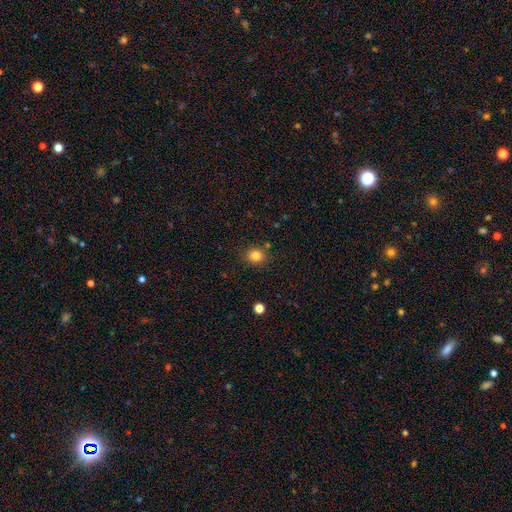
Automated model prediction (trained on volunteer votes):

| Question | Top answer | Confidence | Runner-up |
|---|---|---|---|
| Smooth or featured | smooth | 82% | star or artifact (12%) |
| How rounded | round | 75% | in between (24%) |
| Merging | none | 84% | minor disturbance (10%) |